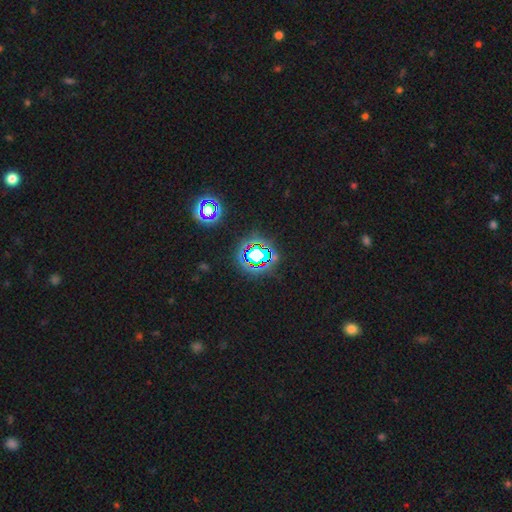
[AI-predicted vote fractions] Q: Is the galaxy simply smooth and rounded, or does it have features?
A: star or artifact — 66%.